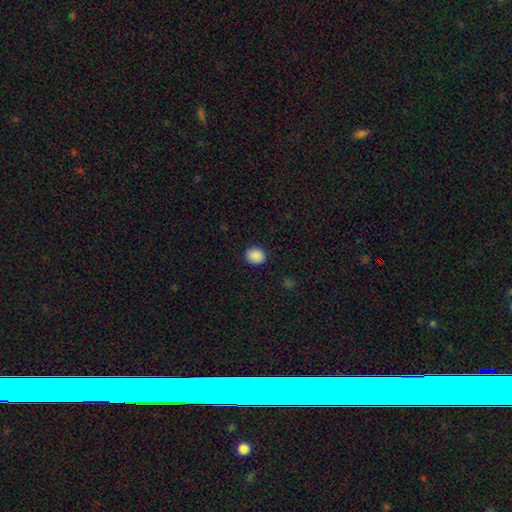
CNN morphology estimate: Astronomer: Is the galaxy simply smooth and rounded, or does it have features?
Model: smooth — 89%.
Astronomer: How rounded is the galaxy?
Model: round — 72%.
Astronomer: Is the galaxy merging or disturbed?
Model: none — 90%.